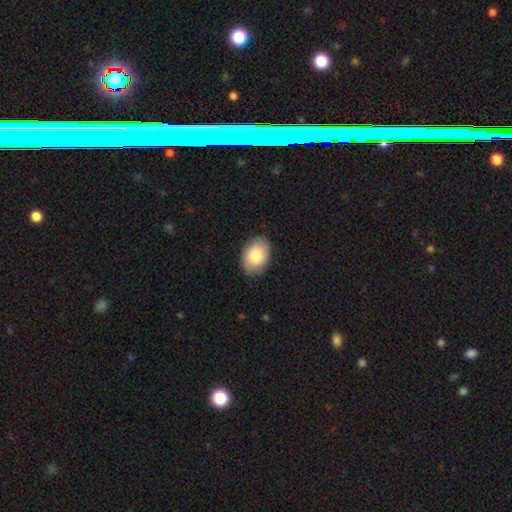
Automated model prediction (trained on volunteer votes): A smooth galaxy with no disk features (83%) that is in between round and cigar-shaped (84%). Merging: none (84%).